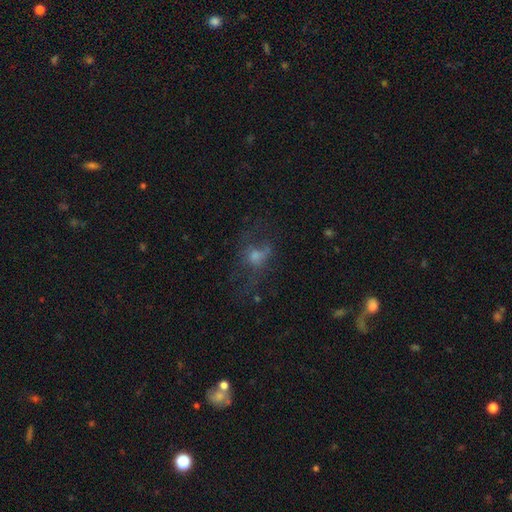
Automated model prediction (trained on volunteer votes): Smooth or featured? Predicted: smooth (p=0.39). Merging? Predicted: none (p=0.44).